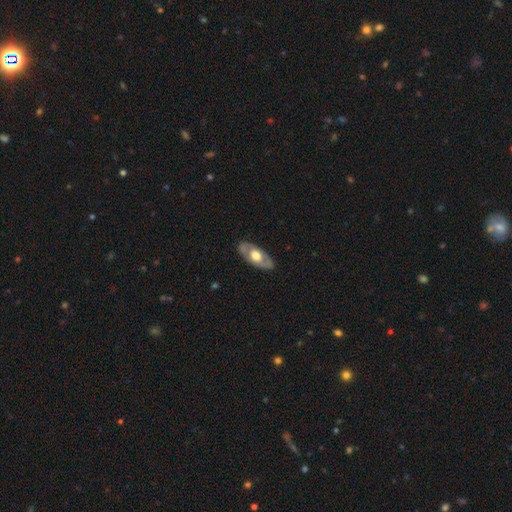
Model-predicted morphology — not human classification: Smooth or featured? featured or disk (53%)
Edge-on disk? no (77%)
Merging? none (85%)